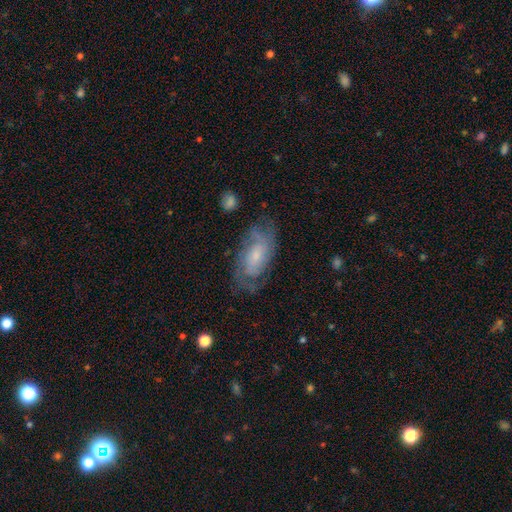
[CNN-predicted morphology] smooth-or-featured: featured or disk: 72% | smooth: 21% | star or artifact: 7%
  disk-edge-on: no: 94% | yes: 6%
    bar: no: 64% | weak: 30% | strong: 6%
    has-spiral-arms: yes: 90% | no: 10%
      spiral-winding: tight: 49% | medium: 38% | loose: 13%
      spiral-arm-count: can't tell: 39% | 2: 35% | 3: 12% | 4: 5% | 1: 4% | more than 4: 4%
    bulge-size: small: 61% | moderate: 25% | none: 8% | large: 4% | dominant: 1%
  merging: none: 68% | minor disturbance: 20% | major disturbance: 11% | merger: 2%